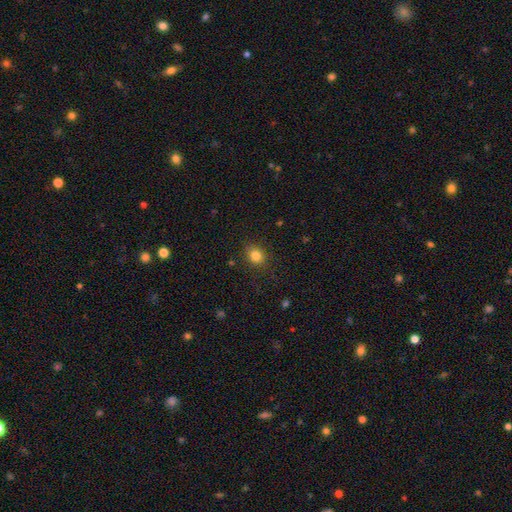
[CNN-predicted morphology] type=smooth (82%); roundness=round (63%); merging=none (85%).